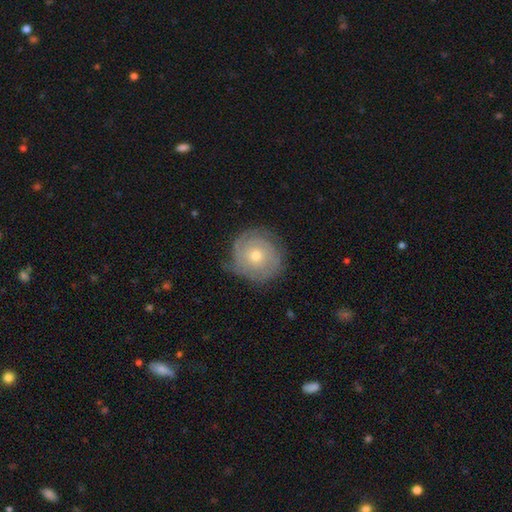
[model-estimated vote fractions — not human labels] Smooth or featured?
  - featured or disk: 73% *
  - smooth: 19%
  - star or artifact: 7%
Edge-on disk?
  - no: 97% *
  - yes: 3%
Bar?
  - no: 82% *
  - weak: 15%
  - strong: 3%
Spiral arms?
  - yes: 90% *
  - no: 10%
Spiral winding?
  - tight: 76% *
  - medium: 19%
  - loose: 5%
Spiral arm count?
  - can't tell: 36% *
  - 2: 24%
  - 3: 22%
  - 4: 8%
  - 1: 6%
  - more than 4: 5%
Bulge size?
  - moderate: 56% *
  - small: 40%
  - large: 2%
  - none: 1%
  - dominant: 1%
Merging?
  - none: 75% *
  - minor disturbance: 18%
  - major disturbance: 6%
  - merger: 1%